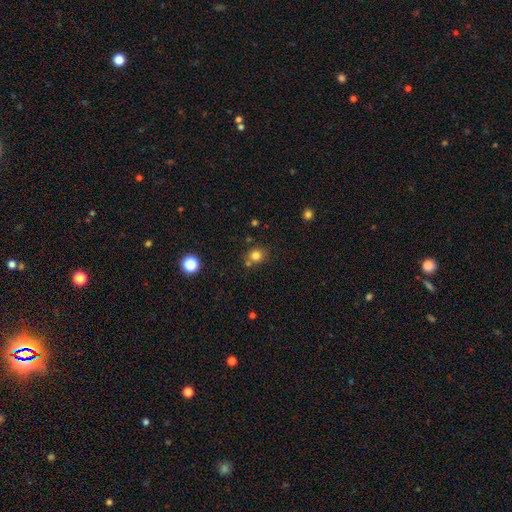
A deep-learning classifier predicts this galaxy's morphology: A smooth galaxy with no disk features (79%) that is round (82%). Merging: none (72%).